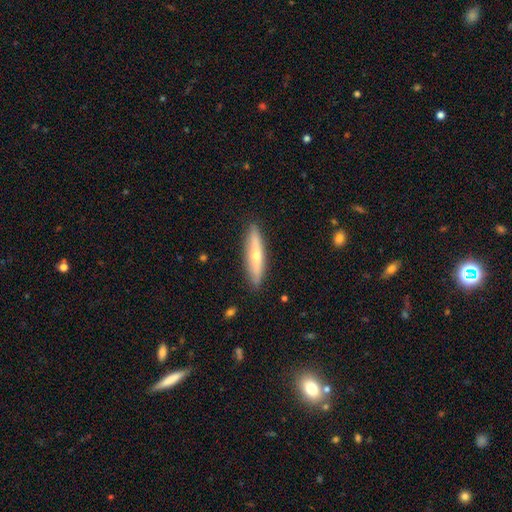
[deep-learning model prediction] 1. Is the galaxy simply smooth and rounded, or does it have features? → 48% featured or disk, 45% smooth, 6% star or artifact.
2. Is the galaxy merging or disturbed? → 89% none, 8% minor disturbance, 2% major disturbance, 1% merger.